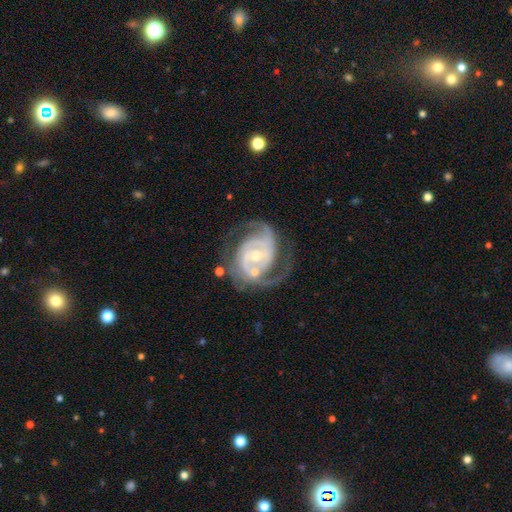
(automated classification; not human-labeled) A featured or disk galaxy (90%) with no bar (57%), 2 (51%) tight (49%) spiral arms (97%) and a small central bulge (55%). Merging: none (57%).